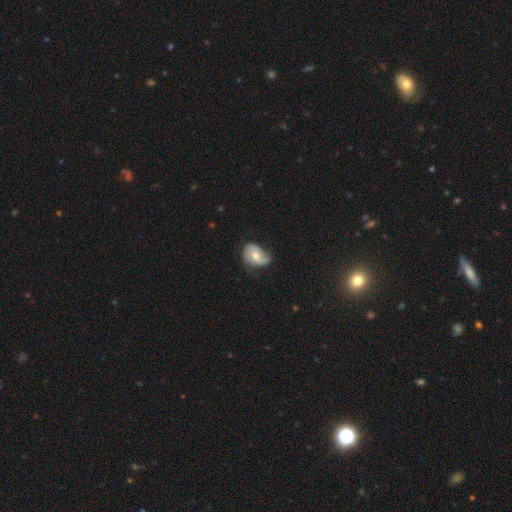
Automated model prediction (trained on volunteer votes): featured or disk 53%, smooth 40%, star or artifact 7%. Down the decision tree: edge-on disk — no (96%); bar — no (70%); spiral arms — yes (76%); bulge size — moderate (61%); merging — minor disturbance (40%).